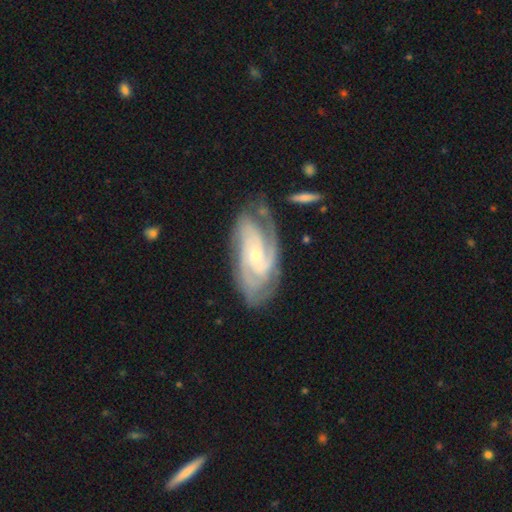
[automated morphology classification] Q: Smooth or featured?
A: featured or disk (88%); runner-up: smooth (7%)
Q: Edge-on disk?
A: no (95%); runner-up: yes (5%)
Q: Bar?
A: no (57%); runner-up: weak (32%)
Q: Spiral arms?
A: yes (98%); runner-up: no (2%)
Q: Spiral winding?
A: tight (61%); runner-up: medium (33%)
Q: Spiral arm count?
A: 3 (35%); runner-up: 2 (29%)
Q: Bulge size?
A: small (64%); runner-up: moderate (31%)
Q: Merging?
A: none (70%); runner-up: minor disturbance (20%)